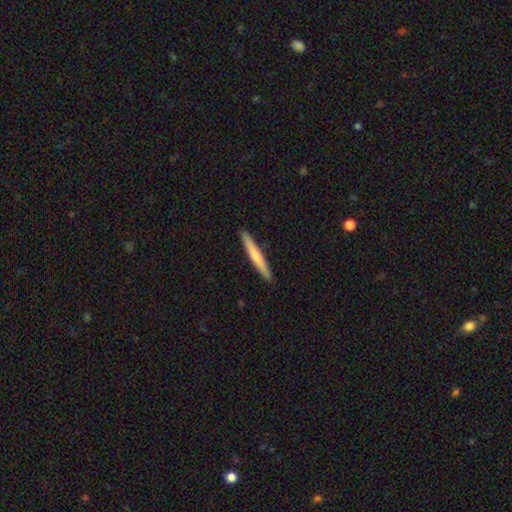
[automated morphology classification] A smooth galaxy with no disk features (62%) that is cigar-shaped (96%).

Vote fractions:
- Smooth or featured? smooth: 62% / featured or disk: 33% / star or artifact: 5%
- How rounded? cigar-shaped: 96% / in between: 3% / round: 1%
- Merging? none: 92% / minor disturbance: 6% / major disturbance: 1% / merger: 1%